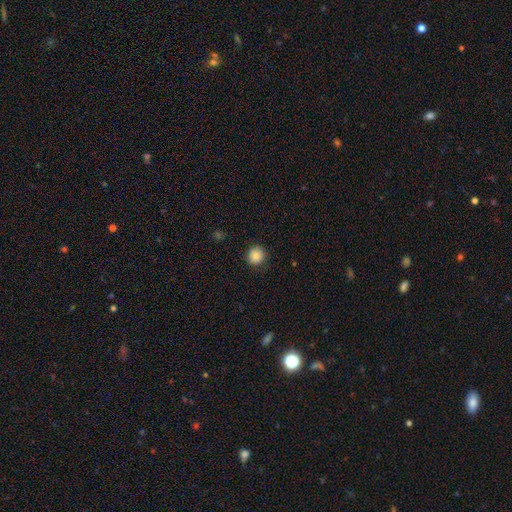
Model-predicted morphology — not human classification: Smooth or featured?
  - smooth: 87% *
  - star or artifact: 10%
  - featured or disk: 3%
How rounded?
  - round: 92% *
  - in between: 7%
  - cigar-shaped: 1%
Merging?
  - none: 90% *
  - minor disturbance: 7%
  - major disturbance: 2%
  - merger: 1%